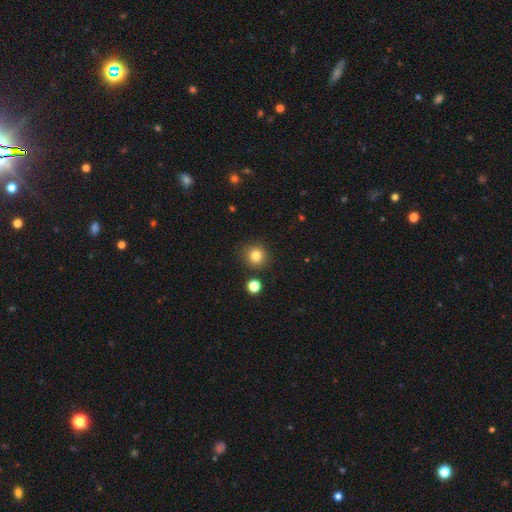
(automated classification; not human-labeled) This appears to be a smooth galaxy with no disk features (82%) that is round (91%). Merging: none (87%).